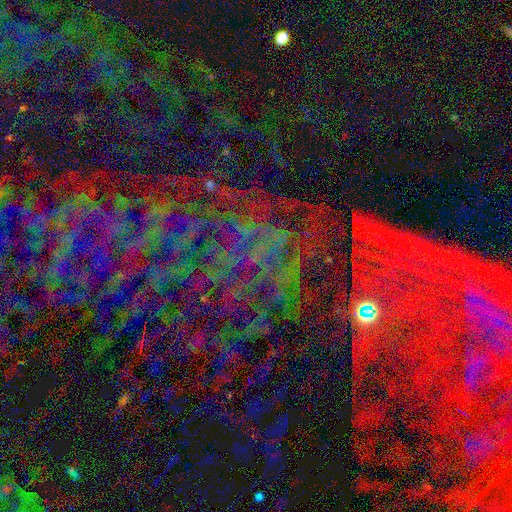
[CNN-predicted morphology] Smooth or featured: star or artifact — 80% (featured or disk — 11%)